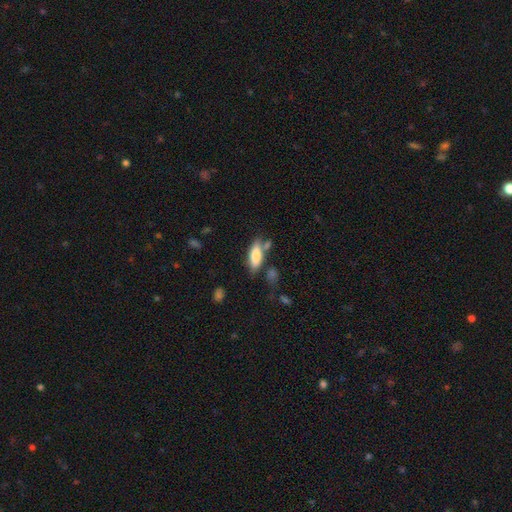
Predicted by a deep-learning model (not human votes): A smooth galaxy with no disk features (79%) that is in between round and cigar-shaped (68%).

Vote fractions:
- Smooth or featured? smooth: 79% / featured or disk: 15% / star or artifact: 7%
- How rounded? in between: 68% / cigar-shaped: 30% / round: 2%
- Merging? none: 59% / minor disturbance: 20% / merger: 13% / major disturbance: 7%